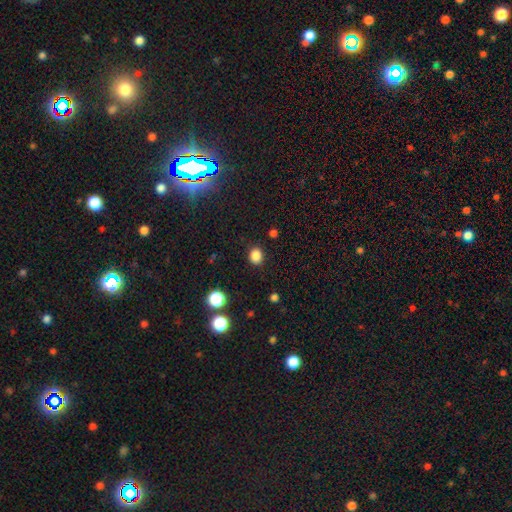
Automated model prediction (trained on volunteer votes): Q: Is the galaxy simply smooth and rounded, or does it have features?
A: smooth — 84%.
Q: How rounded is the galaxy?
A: round — 60%.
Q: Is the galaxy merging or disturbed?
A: none — 88%.